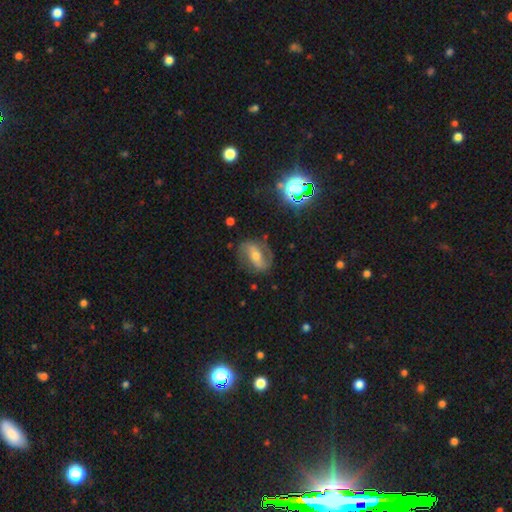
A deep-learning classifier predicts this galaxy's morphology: Overall: featured or disk (73%). Edge-on disk: no (94%). Bar: strong (46%; weak 32%). Spiral arms: yes (88%). Spiral arm count: 2 (86%). Spiral winding: medium (44%; loose 32%). Bulge size: moderate (55%; small 39%). Merging: none (77%).